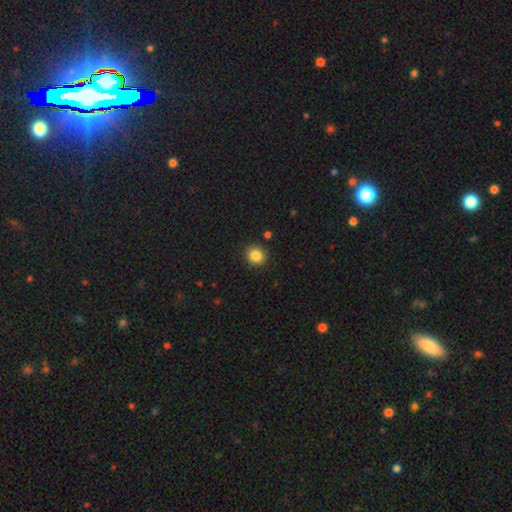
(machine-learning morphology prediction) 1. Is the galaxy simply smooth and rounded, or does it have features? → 85% smooth, 10% star or artifact, 5% featured or disk.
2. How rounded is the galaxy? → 86% round, 13% in between, 1% cigar-shaped.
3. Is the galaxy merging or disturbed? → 90% none, 6% minor disturbance, 2% major disturbance, 2% merger.